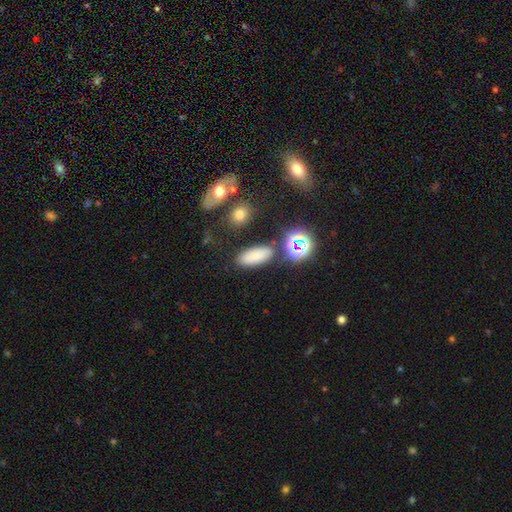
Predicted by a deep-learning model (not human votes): smooth_or_featured: smooth (p=0.75) [alt: star or artifact p=0.17]
how_rounded: in between (p=0.78) [alt: cigar-shaped p=0.17]
merging: none (p=0.81) [alt: minor disturbance p=0.11]